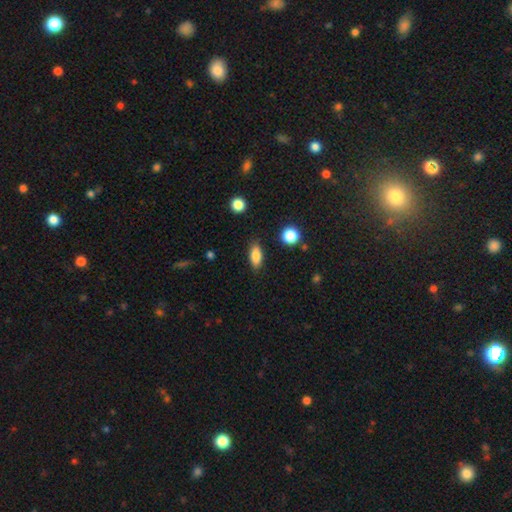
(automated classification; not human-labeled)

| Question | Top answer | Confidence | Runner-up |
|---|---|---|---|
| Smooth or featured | smooth | 83% | featured or disk (9%) |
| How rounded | in between | 79% | cigar-shaped (16%) |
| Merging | none | 86% | minor disturbance (10%) |